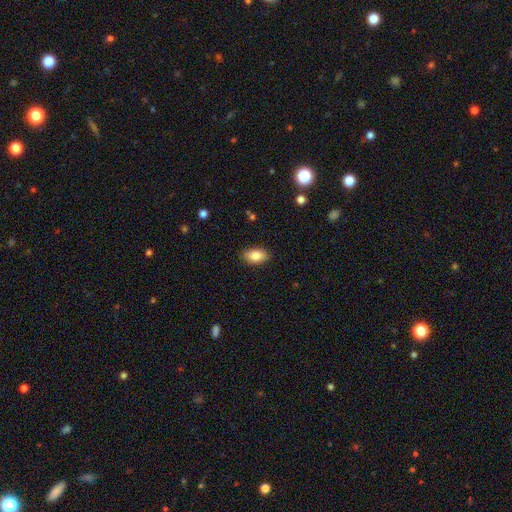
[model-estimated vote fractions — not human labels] This is clearly a smooth galaxy (85%). How rounded: clearly in between (91%). Merging: clearly none (87%).